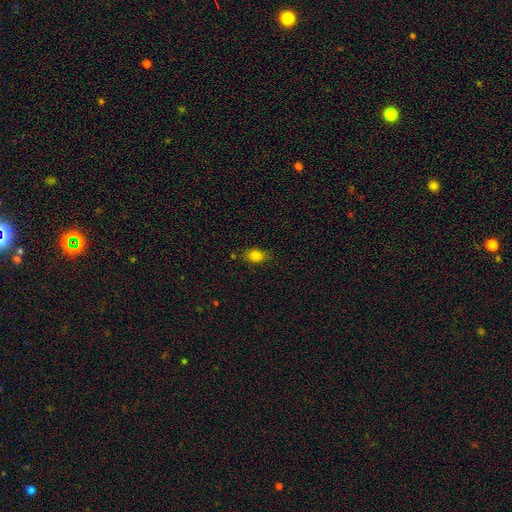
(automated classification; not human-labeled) A smooth galaxy with no disk features (82%) that is in between round and cigar-shaped (77%).

Vote fractions:
- Smooth or featured? smooth: 82% / star or artifact: 11% / featured or disk: 7%
- How rounded? in between: 77% / round: 21% / cigar-shaped: 2%
- Merging? none: 78% / minor disturbance: 16% / major disturbance: 3% / merger: 3%